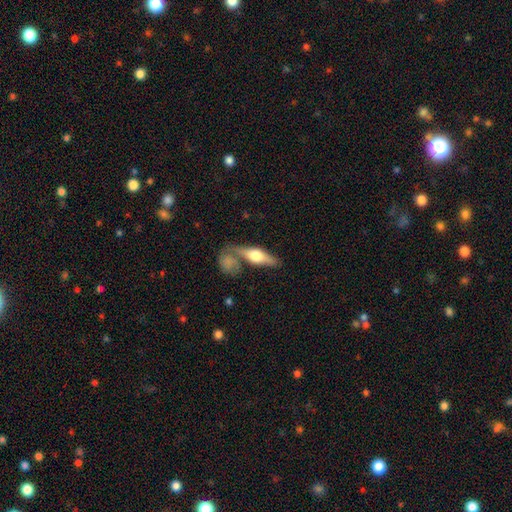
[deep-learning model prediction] smooth-or-featured: featured or disk: 53% | smooth: 41% | star or artifact: 6%
  disk-edge-on: yes: 90% | no: 10%
  merging: none: 60% | merger: 22% | minor disturbance: 13% | major disturbance: 5%